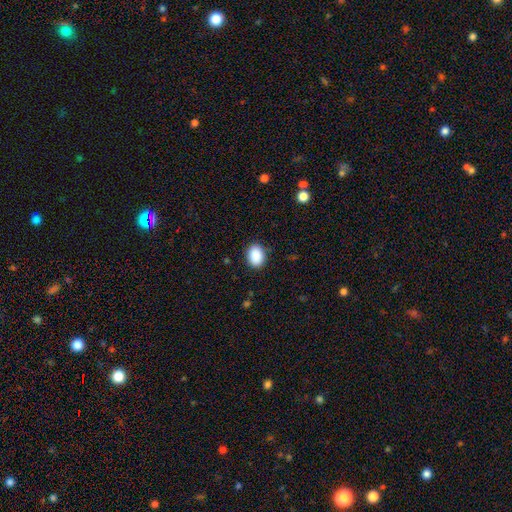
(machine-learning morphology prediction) Smooth or featured: smooth — 90% (star or artifact — 8%)
How rounded: in between — 74% (round — 25%)
Merging: none — 87% (minor disturbance — 9%)